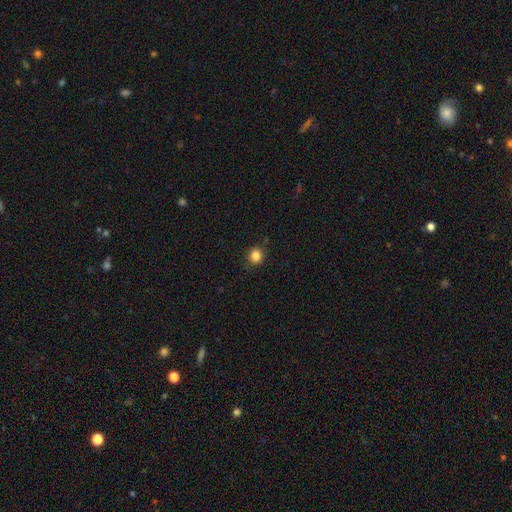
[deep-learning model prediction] Smooth or featured? Predicted: smooth (p=0.85). How rounded? Predicted: round (p=0.76). Merging? Predicted: none (p=0.85).